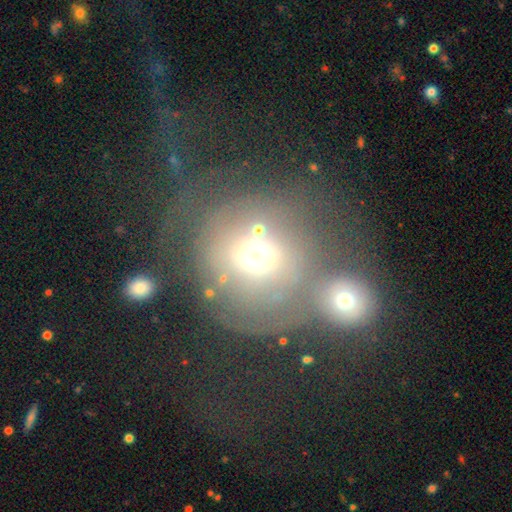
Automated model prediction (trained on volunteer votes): Q: Smooth or featured?
A: smooth (53%); runner-up: featured or disk (32%)
Q: How rounded?
A: round (83%); runner-up: in between (16%)
Q: Merging?
A: merger (38%); runner-up: none (30%)